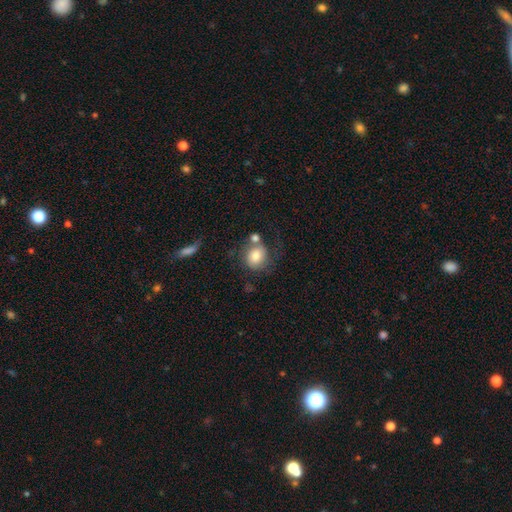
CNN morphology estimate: smooth-or-featured: smooth: 69% | featured or disk: 23% | star or artifact: 8%
  how-rounded: round: 72% | in between: 27% | cigar-shaped: 1%
  merging: none: 45% | merger: 23% | minor disturbance: 18% | major disturbance: 14%